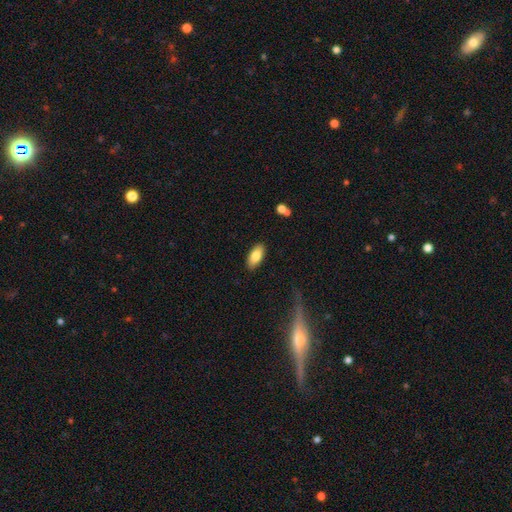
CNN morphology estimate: type=smooth (82%); roundness=in between (91%); merging=none (88%).